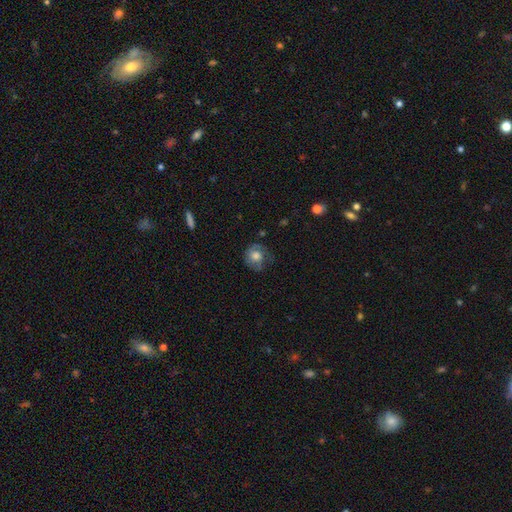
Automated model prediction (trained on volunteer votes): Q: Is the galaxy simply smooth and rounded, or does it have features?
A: smooth — 60%.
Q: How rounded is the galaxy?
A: round — 78%.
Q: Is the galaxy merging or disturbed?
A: none — 59%.